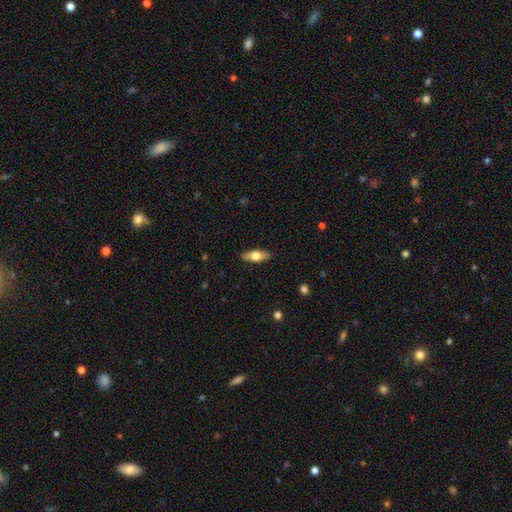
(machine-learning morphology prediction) The model was most divided on "smooth or featured": smooth: 60%, featured or disk: 34%, star or artifact: 6%. More confident: merging — none (89%); how rounded — in between (66%).